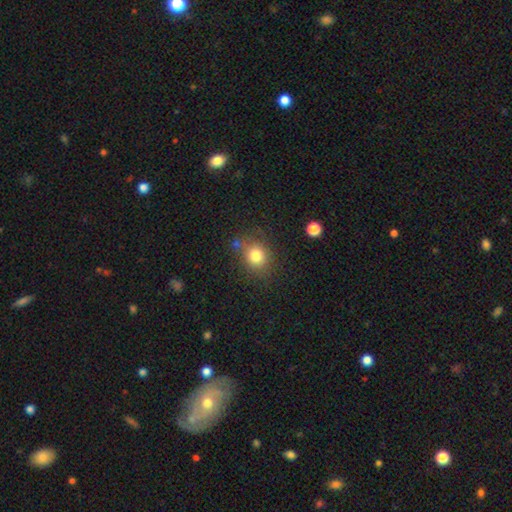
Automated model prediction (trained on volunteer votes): Overall: smooth (80%). How rounded: round (74%). Merging: none (76%).